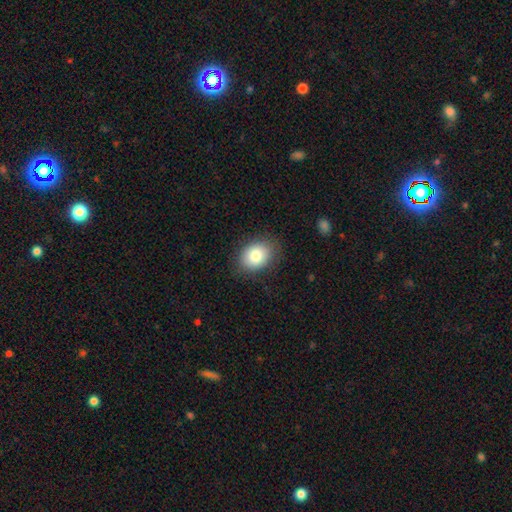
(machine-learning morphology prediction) This is clearly a smooth galaxy (82%). How rounded: likely in between (60%). Merging: clearly none (83%).